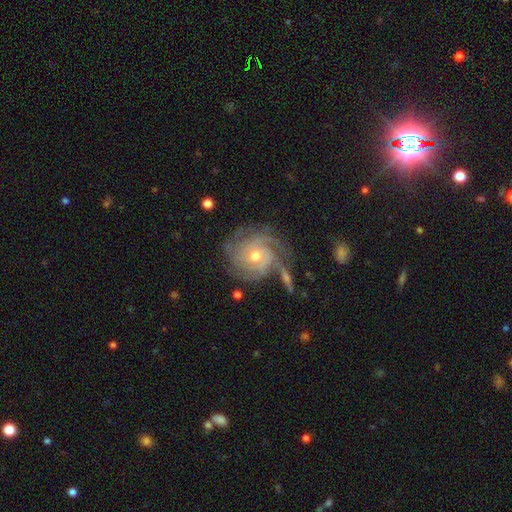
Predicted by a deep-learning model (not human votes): Smooth or featured?
  - featured or disk: 88% *
  - smooth: 6%
  - star or artifact: 6%
Edge-on disk?
  - no: 97% *
  - yes: 3%
Bar?
  - no: 72% *
  - weak: 22%
  - strong: 5%
Spiral arms?
  - yes: 97% *
  - no: 3%
Spiral winding?
  - tight: 70% *
  - medium: 25%
  - loose: 5%
Spiral arm count?
  - 3: 28% * (tied)
  - 4: 28% * (tied)
  - can't tell: 19%
  - 2: 10%
  - more than 4: 8%
  - 1: 6%
Bulge size?
  - moderate: 56% *
  - small: 41%
  - large: 2%
  - none: 1%
  - dominant: 1%
Merging?
  - none: 67% *
  - minor disturbance: 18%
  - major disturbance: 9%
  - merger: 6%